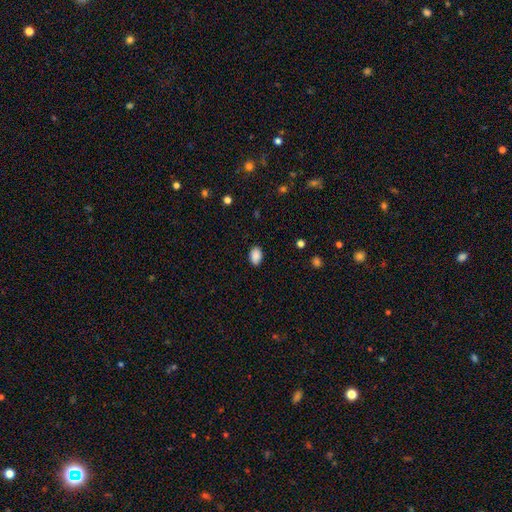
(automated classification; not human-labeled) Smooth or featured: smooth — 89% (star or artifact — 8%)
How rounded: in between — 87% (round — 12%)
Merging: none — 86% (minor disturbance — 10%)